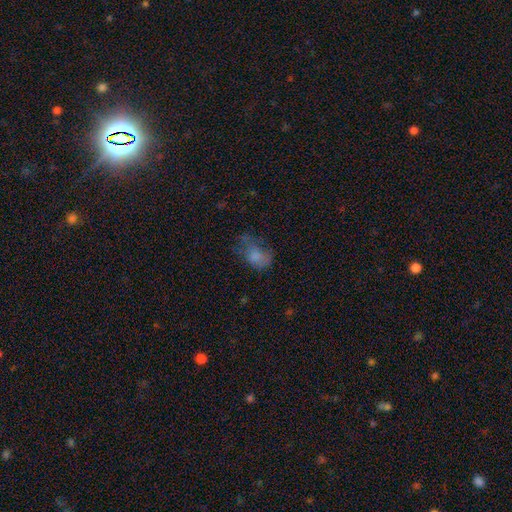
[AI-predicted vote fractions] smooth-or-featured: smooth: 65% | featured or disk: 22% | star or artifact: 12%
  how-rounded: in between: 79% | round: 20% | cigar-shaped: 2%
  merging: major disturbance: 35% | none: 32% | minor disturbance: 30% | merger: 3%